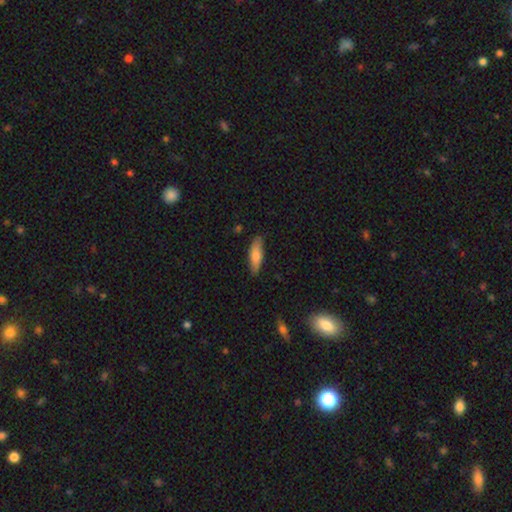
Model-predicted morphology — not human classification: smooth_or_featured: smooth (p=0.74) [alt: featured or disk p=0.20]
how_rounded: in between (p=0.50) [alt: cigar-shaped p=0.48]
merging: none (p=0.82) [alt: minor disturbance p=0.14]